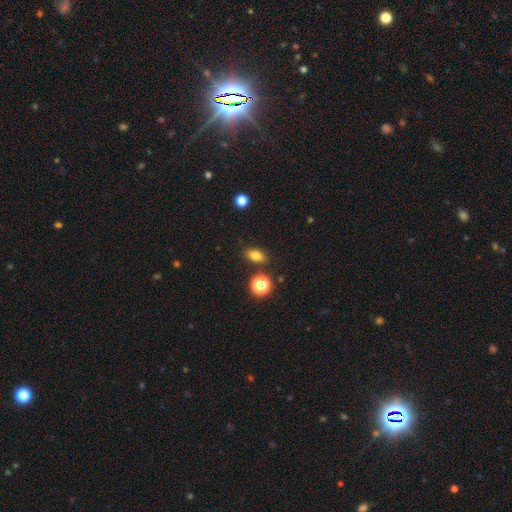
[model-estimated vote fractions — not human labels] The model was most divided on "how rounded": in between: 78%, round: 18%, cigar-shaped: 4%. More confident: merging — none (84%); smooth or featured — smooth (78%).